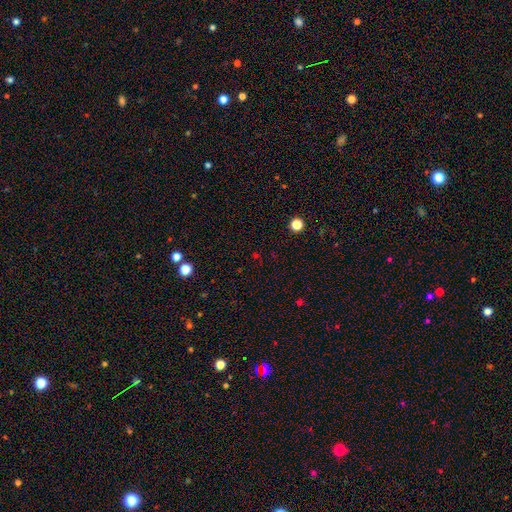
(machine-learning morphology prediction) star or artifact 59%, smooth 34%, featured or disk 7%.